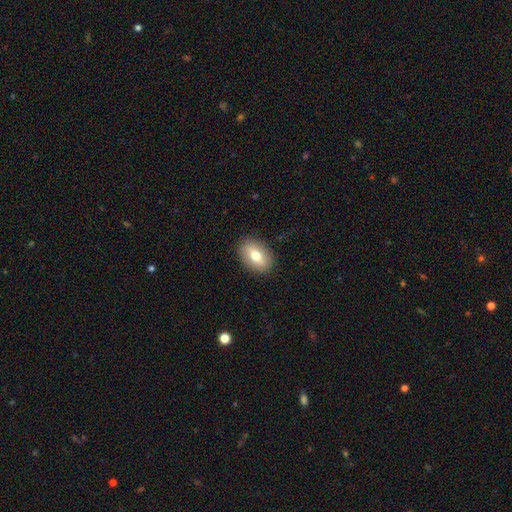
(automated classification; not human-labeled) Overall: smooth (68%). How rounded: in between (83%). Merging: none (88%).